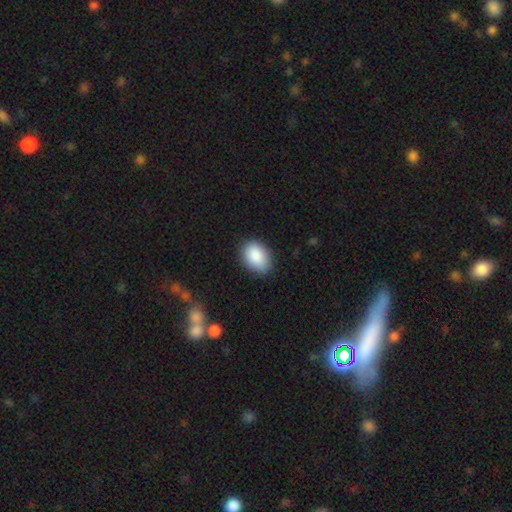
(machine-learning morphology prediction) smooth-or-featured: smooth: 89% | star or artifact: 7% | featured or disk: 4%
  how-rounded: in between: 79% | round: 20% | cigar-shaped: 1%
  merging: none: 85% | minor disturbance: 11% | major disturbance: 3% | merger: 1%